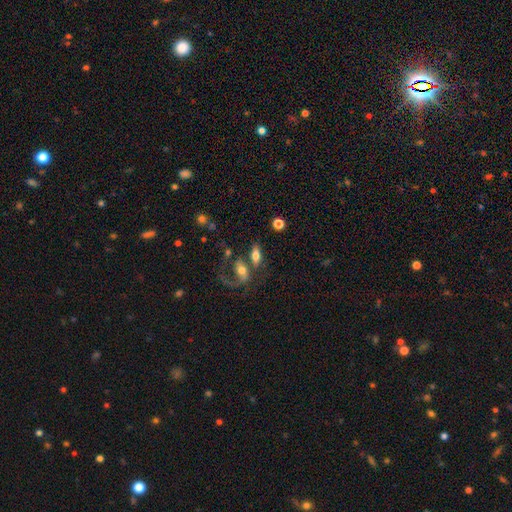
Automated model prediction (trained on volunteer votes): Smooth or featured? Predicted: smooth (p=0.60). How rounded? Predicted: in between (p=0.74). Merging? Predicted: none (p=0.40).